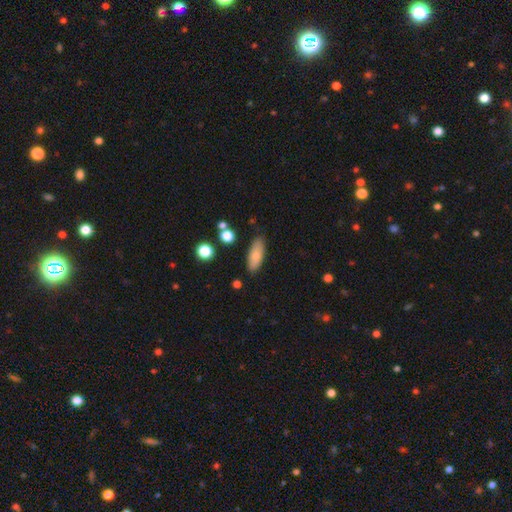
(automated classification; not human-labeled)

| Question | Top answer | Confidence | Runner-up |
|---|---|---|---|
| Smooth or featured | smooth | 79% | featured or disk (14%) |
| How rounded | in between | 73% | cigar-shaped (24%) |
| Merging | none | 82% | minor disturbance (12%) |